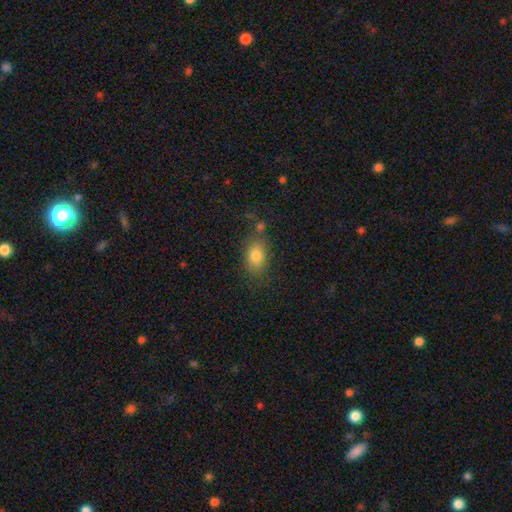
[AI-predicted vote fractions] Overall: smooth (82%). How rounded: in between (83%). Merging: none (71%).